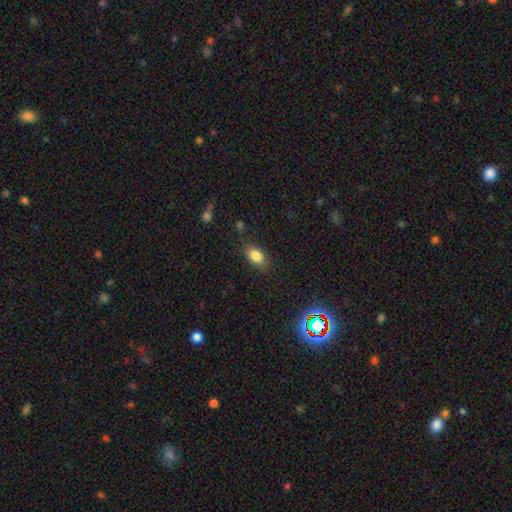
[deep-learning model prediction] Overall: smooth (83%). How rounded: in between (84%). Merging: none (80%).